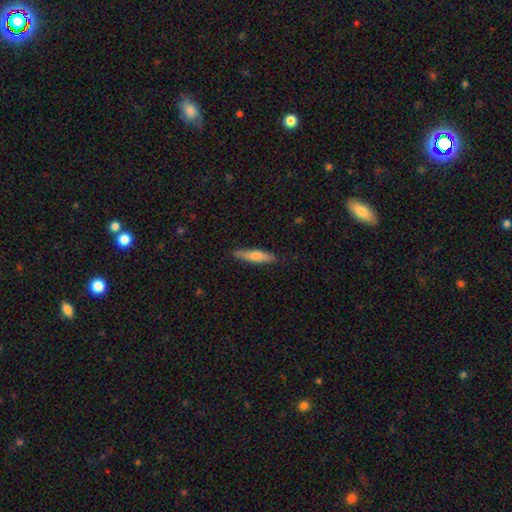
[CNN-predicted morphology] smooth_or_featured: smooth (p=0.63) [alt: featured or disk p=0.31]
how_rounded: cigar-shaped (p=0.82) [alt: in between p=0.16]
merging: none (p=0.87) [alt: minor disturbance p=0.10]